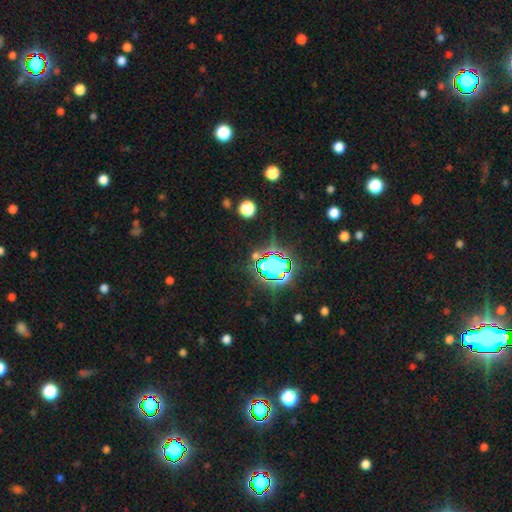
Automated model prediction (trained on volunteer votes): A star or artifact, not a galaxy (70%).

Vote fractions:
- Smooth or featured? star or artifact: 70% / smooth: 20% / featured or disk: 10%